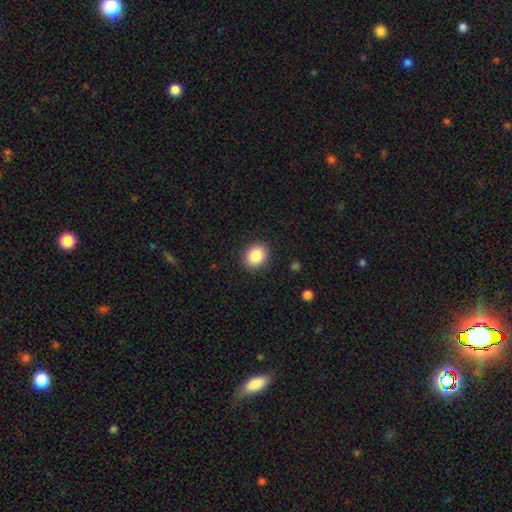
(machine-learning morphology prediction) smooth-or-featured: smooth: 87% | star or artifact: 8% | featured or disk: 5%
  how-rounded: round: 57% | in between: 42% | cigar-shaped: 1%
  merging: none: 89% | minor disturbance: 7% | major disturbance: 2% | merger: 1%